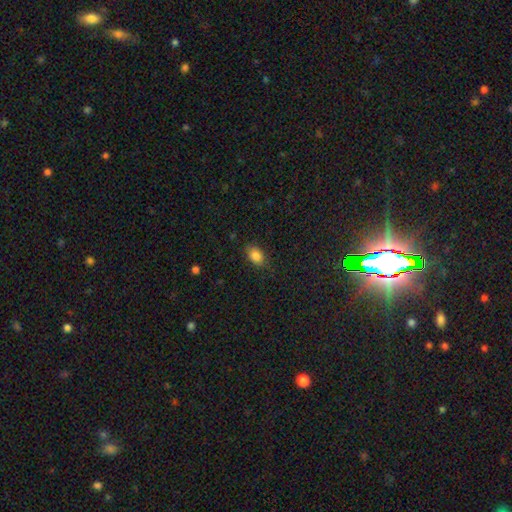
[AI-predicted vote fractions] Smooth or featured? smooth (84%)
How rounded? in between (82%)
Merging? none (81%)